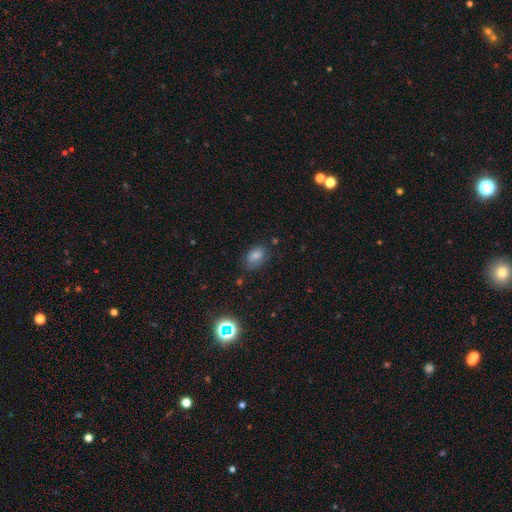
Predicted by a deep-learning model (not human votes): Q: Smooth or featured?
A: smooth (78%); runner-up: star or artifact (13%)
Q: How rounded?
A: in between (84%); runner-up: round (15%)
Q: Merging?
A: none (68%); runner-up: minor disturbance (23%)